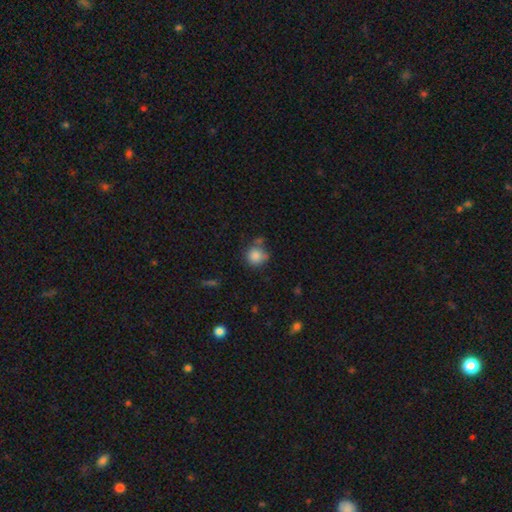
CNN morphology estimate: Overall: smooth (84%). How rounded: round (90%). Merging: none (64%).